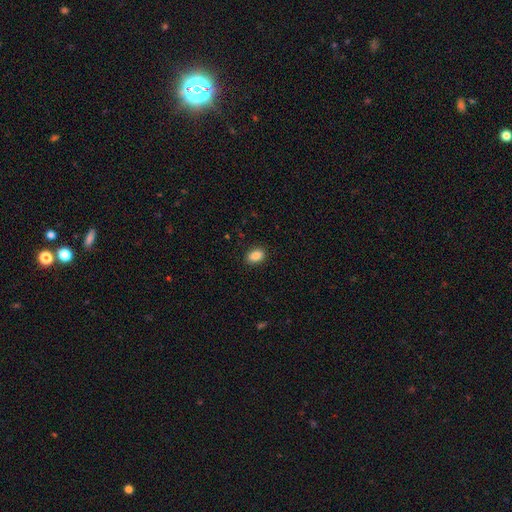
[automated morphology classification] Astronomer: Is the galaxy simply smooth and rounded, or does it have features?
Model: smooth — 88%.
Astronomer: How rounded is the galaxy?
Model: in between — 88%.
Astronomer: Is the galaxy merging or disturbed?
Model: none — 89%.